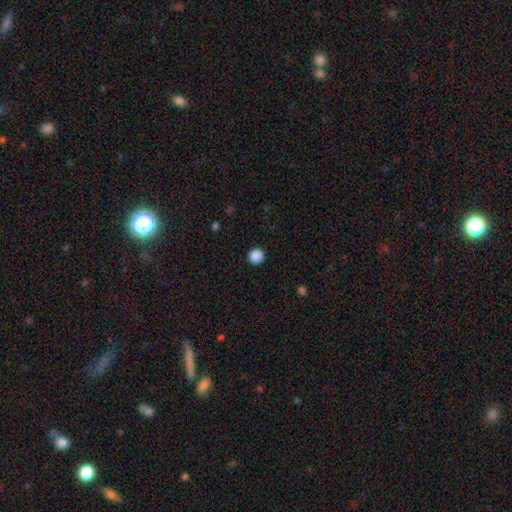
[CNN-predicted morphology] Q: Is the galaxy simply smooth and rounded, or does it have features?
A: smooth — 88%.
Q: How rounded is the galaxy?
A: round — 93%.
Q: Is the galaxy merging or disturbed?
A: none — 92%.